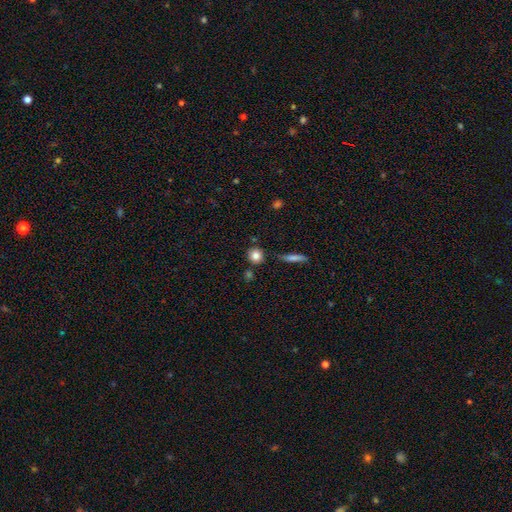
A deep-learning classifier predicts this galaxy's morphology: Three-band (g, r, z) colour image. It shows a smooth galaxy with no disk features (82%) that is round (88%). Merging: none (81%).